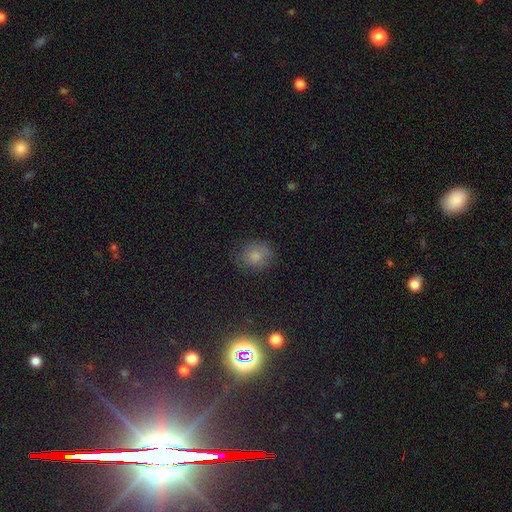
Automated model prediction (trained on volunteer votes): Overall: smooth (77%). How rounded: round (80%). Merging: none (79%).